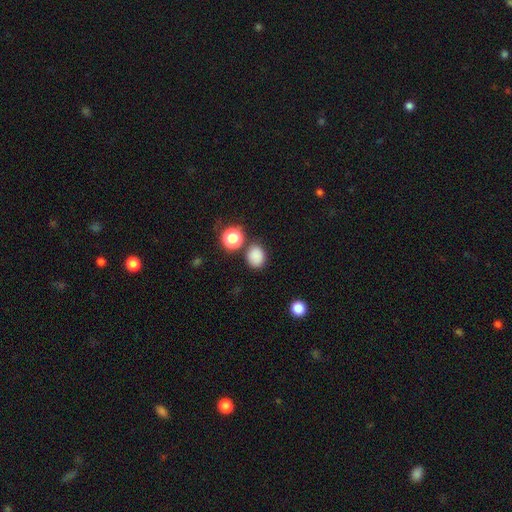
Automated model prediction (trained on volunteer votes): Smooth or featured: smooth — 83% (star or artifact — 12%)
How rounded: round — 58% (in between — 41%)
Merging: none — 77% (minor disturbance — 11%)